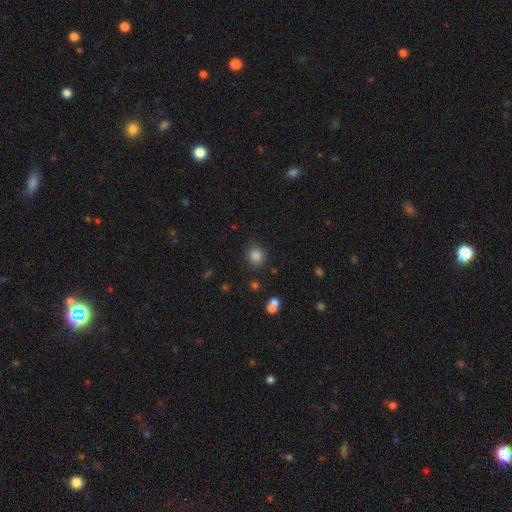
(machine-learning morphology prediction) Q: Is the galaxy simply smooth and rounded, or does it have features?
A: smooth — 84%.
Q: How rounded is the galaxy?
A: round — 81%.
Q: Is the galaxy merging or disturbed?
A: none — 84%.